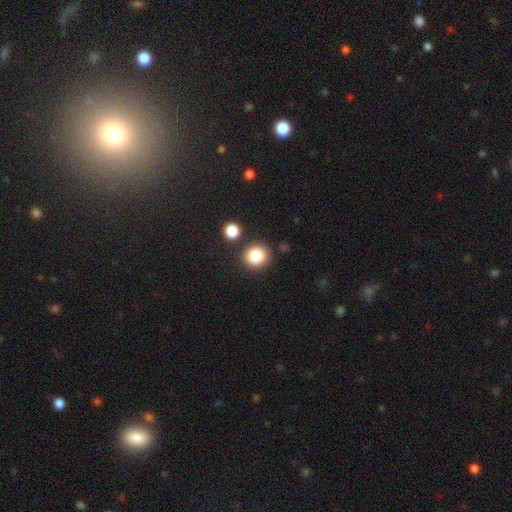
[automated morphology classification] type=smooth (85%); roundness=round (90%); merging=none (84%).